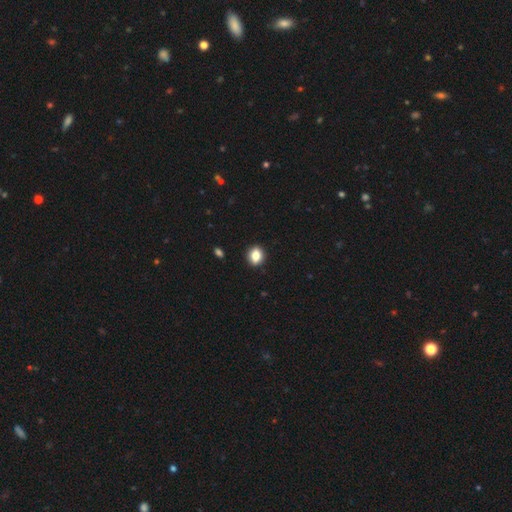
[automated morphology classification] This appears to be a smooth galaxy with no disk features (81%) that is in between round and cigar-shaped (50%). Merging: none (90%).